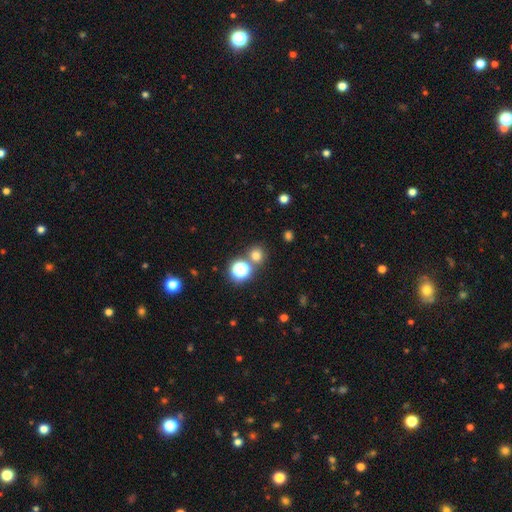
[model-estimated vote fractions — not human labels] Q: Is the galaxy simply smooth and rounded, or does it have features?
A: smooth — 70%.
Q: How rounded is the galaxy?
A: round — 88%.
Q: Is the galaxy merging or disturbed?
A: none — 73%.